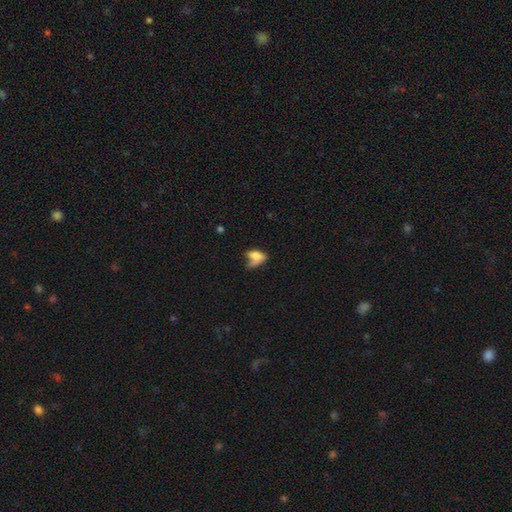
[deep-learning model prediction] This appears to be a smooth galaxy with no disk features (68%) that is in between round and cigar-shaped (79%). Merging: none (29%).